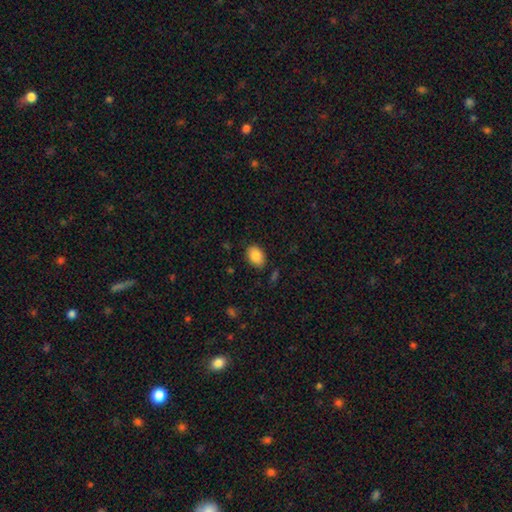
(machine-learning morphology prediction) Q: Smooth or featured?
A: smooth (88%); runner-up: star or artifact (8%)
Q: How rounded?
A: in between (81%); runner-up: round (18%)
Q: Merging?
A: none (82%); runner-up: minor disturbance (13%)